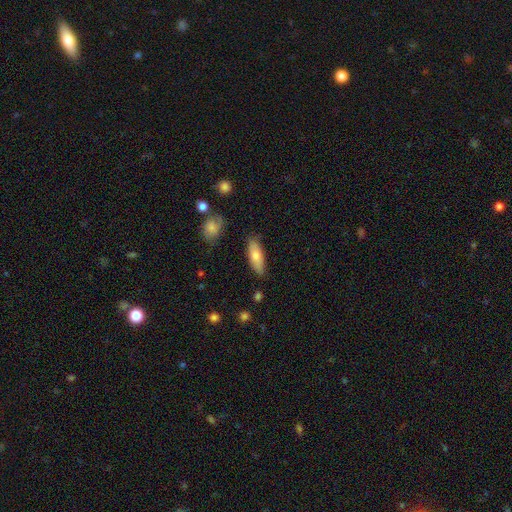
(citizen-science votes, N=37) smooth 76%, featured or disk 22%, star or artifact 3%. Down the decision tree: how rounded — in between (79%); merging — none (78%).